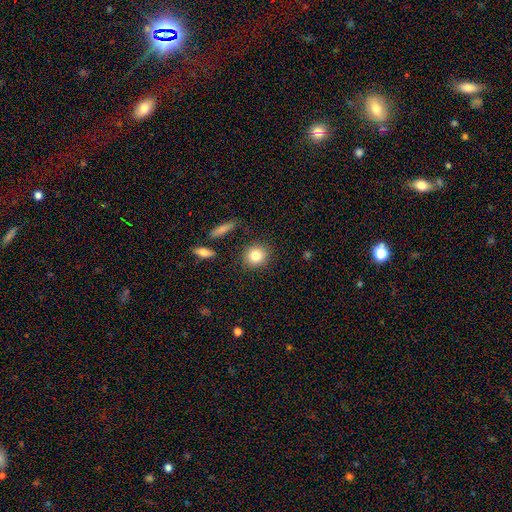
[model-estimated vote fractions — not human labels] smooth_or_featured: smooth (p=0.82) [alt: star or artifact p=0.09]
how_rounded: round (p=0.82) [alt: in between p=0.16]
merging: none (p=0.86) [alt: minor disturbance p=0.09]